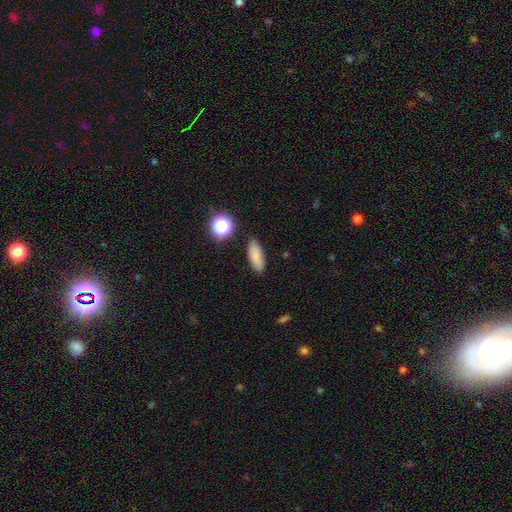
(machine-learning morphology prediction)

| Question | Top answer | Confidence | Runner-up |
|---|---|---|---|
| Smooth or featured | smooth | 83% | star or artifact (10%) |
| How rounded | in between | 65% | cigar-shaped (30%) |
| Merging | none | 85% | minor disturbance (10%) |